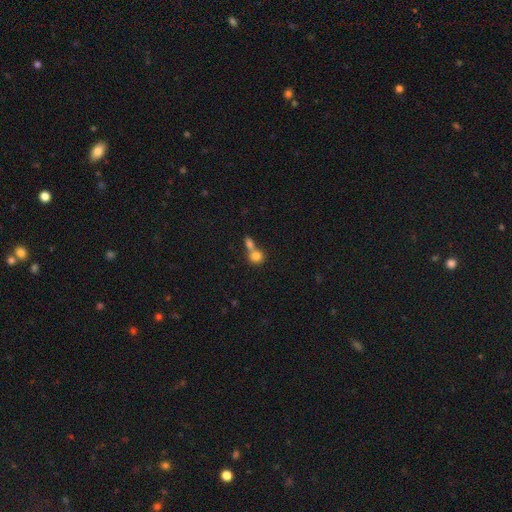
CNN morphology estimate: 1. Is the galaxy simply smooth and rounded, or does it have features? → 81% smooth, 10% star or artifact, 9% featured or disk.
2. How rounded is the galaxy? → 72% round, 26% in between, 2% cigar-shaped.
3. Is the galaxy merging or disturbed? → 56% merger, 33% none, 7% minor disturbance, 3% major disturbance.